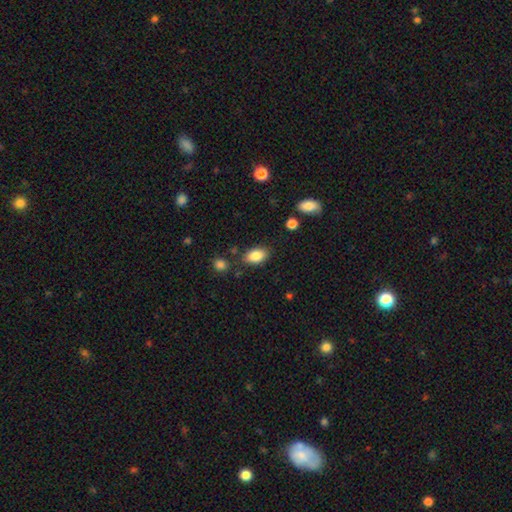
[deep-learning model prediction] This appears to be a smooth galaxy with no disk features (85%) that is in between round and cigar-shaped (91%). Merging: none (81%).